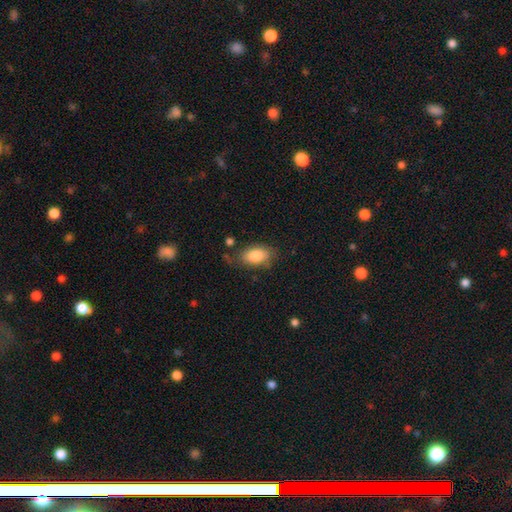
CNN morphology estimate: A smooth galaxy with no disk features (84%) that is in between round and cigar-shaped (92%).

Vote fractions:
- Smooth or featured? smooth: 84% / featured or disk: 9% / star or artifact: 7%
- How rounded? in between: 92% / round: 5% / cigar-shaped: 3%
- Merging? none: 71% / minor disturbance: 20% / major disturbance: 6% / merger: 4%